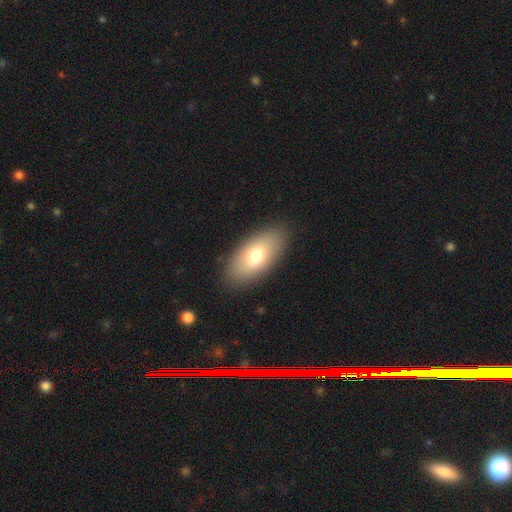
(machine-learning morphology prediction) Q: Smooth or featured?
A: smooth (72%); runner-up: featured or disk (21%)
Q: How rounded?
A: in between (91%); runner-up: cigar-shaped (6%)
Q: Merging?
A: none (87%); runner-up: minor disturbance (9%)